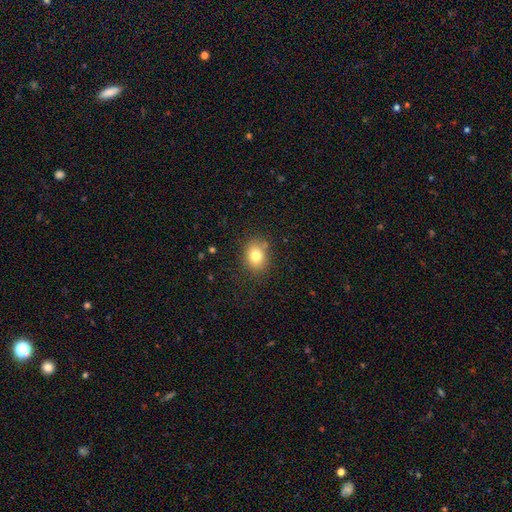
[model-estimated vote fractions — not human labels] smooth 78%, star or artifact 11%, featured or disk 11%. Down the decision tree: how rounded — round (50%); merging — none (82%).